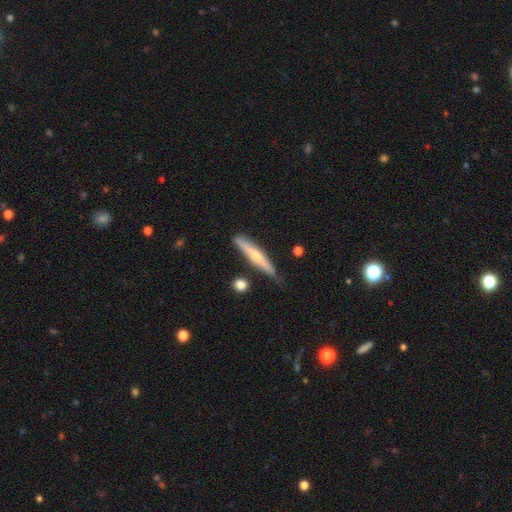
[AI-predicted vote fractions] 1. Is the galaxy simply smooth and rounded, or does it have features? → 48% featured or disk, 46% smooth, 6% star or artifact.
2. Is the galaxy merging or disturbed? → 74% none, 20% minor disturbance, 3% merger, 3% major disturbance.